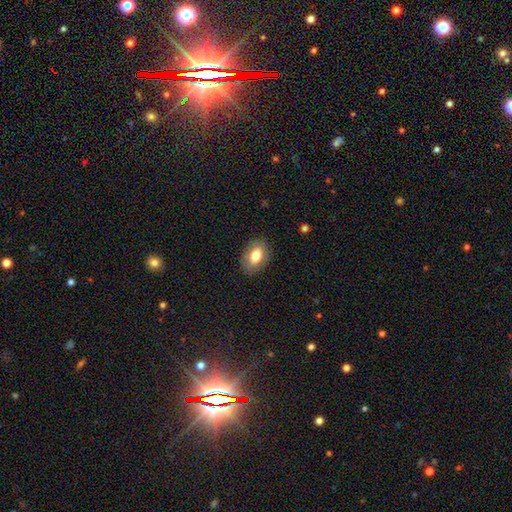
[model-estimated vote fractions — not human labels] Smooth or featured? smooth (75%)
How rounded? in between (89%)
Merging? none (84%)